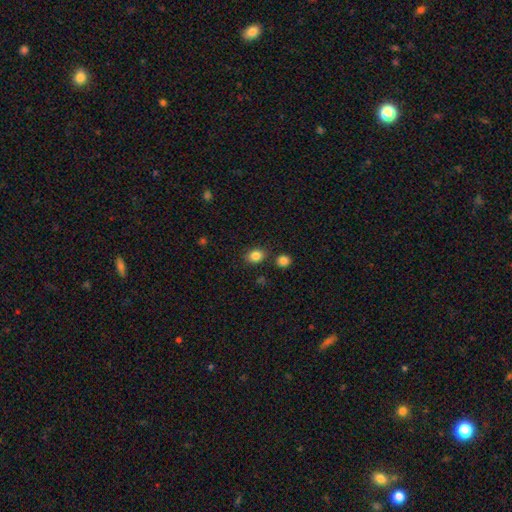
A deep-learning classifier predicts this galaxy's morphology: smooth_or_featured: smooth (p=0.85) [alt: star or artifact p=0.10]
how_rounded: in between (p=0.58) [alt: round p=0.41]
merging: none (p=0.80) [alt: minor disturbance p=0.11]